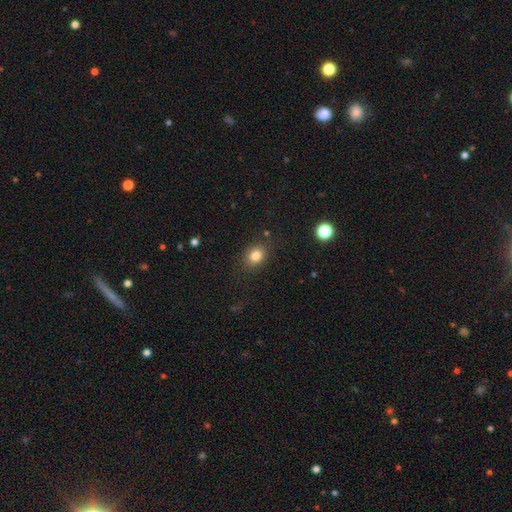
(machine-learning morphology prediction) Smooth or featured? Predicted: smooth (p=0.82). How rounded? Predicted: round (p=0.53). Merging? Predicted: none (p=0.84).